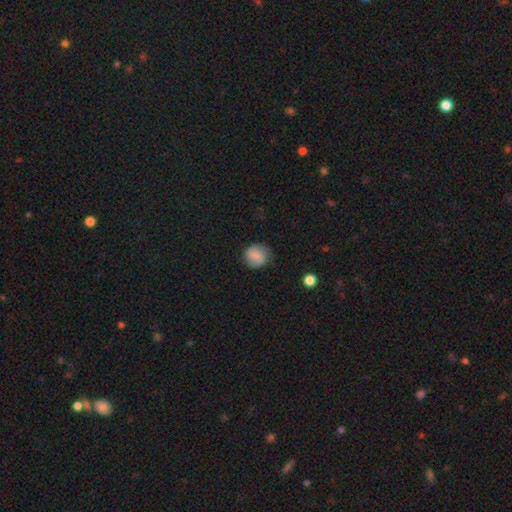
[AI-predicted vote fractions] Morphology: type=smooth (60%); roundness=round (88%); merging=none (81%).